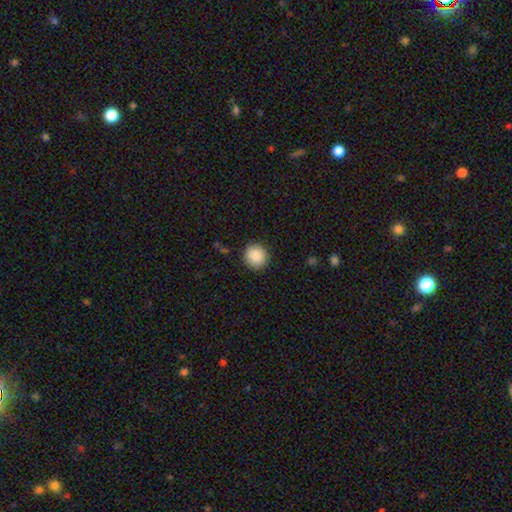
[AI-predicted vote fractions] smooth-or-featured: smooth: 89% | star or artifact: 8% | featured or disk: 3%
  how-rounded: round: 92% | in between: 7% | cigar-shaped: 1%
  merging: none: 91% | minor disturbance: 6% | major disturbance: 2% | merger: 1%